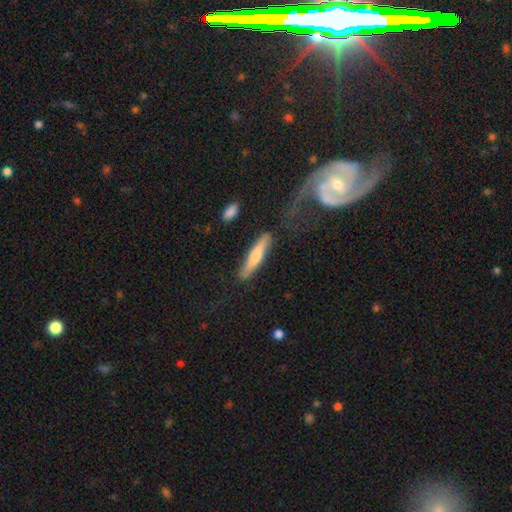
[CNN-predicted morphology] Overall: smooth (49%; featured or disk 45%). Merging: none (75%).